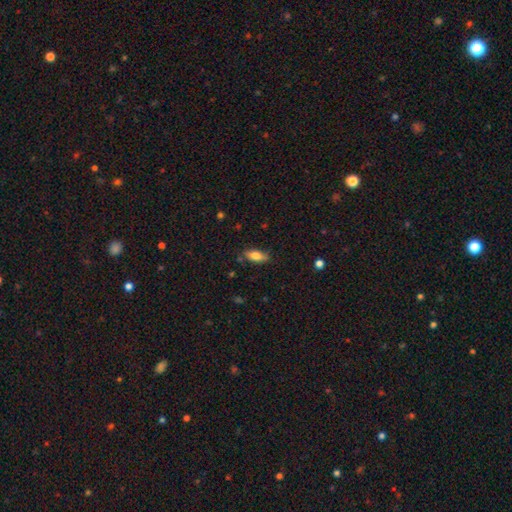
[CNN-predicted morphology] smooth-or-featured: smooth: 74% | featured or disk: 19% | star or artifact: 7%
  how-rounded: in between: 77% | cigar-shaped: 20% | round: 3%
  merging: none: 80% | minor disturbance: 15% | major disturbance: 3% | merger: 2%